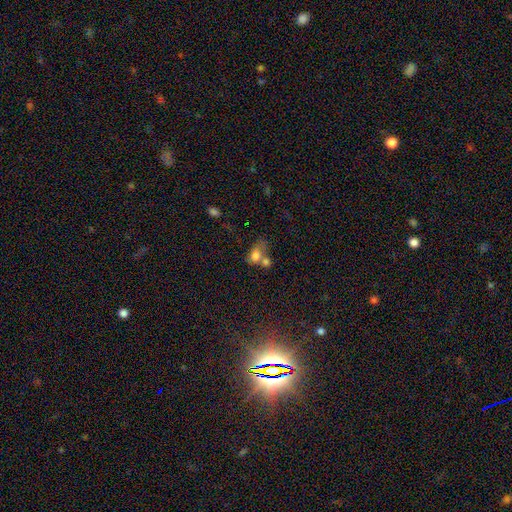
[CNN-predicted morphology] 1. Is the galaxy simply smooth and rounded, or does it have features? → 74% smooth, 15% featured or disk, 11% star or artifact.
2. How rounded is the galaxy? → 71% in between, 27% round, 2% cigar-shaped.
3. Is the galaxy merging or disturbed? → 58% merger, 20% none, 12% minor disturbance, 11% major disturbance.